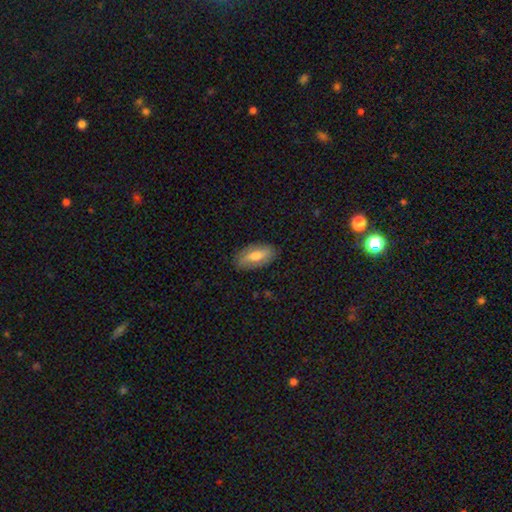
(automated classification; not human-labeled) smooth_or_featured: smooth (p=0.66) [alt: featured or disk p=0.28]
how_rounded: in between (p=0.86) [alt: cigar-shaped p=0.11]
merging: none (p=0.85) [alt: minor disturbance p=0.12]